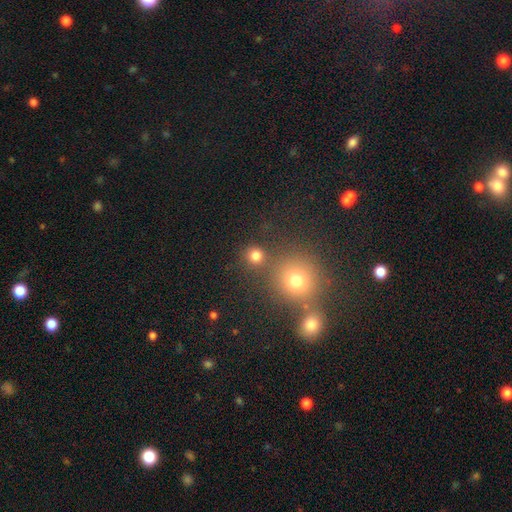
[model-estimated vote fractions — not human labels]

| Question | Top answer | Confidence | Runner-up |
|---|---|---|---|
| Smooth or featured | smooth | 79% | star or artifact (16%) |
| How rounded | round | 90% | in between (9%) |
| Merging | none | 75% | merger (15%) |